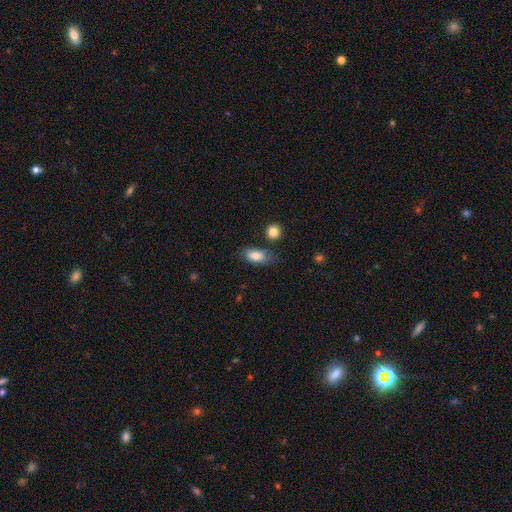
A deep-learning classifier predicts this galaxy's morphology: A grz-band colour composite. It shows a smooth galaxy with no disk features (82%) that is in between round and cigar-shaped (87%). Merging: none (67%).